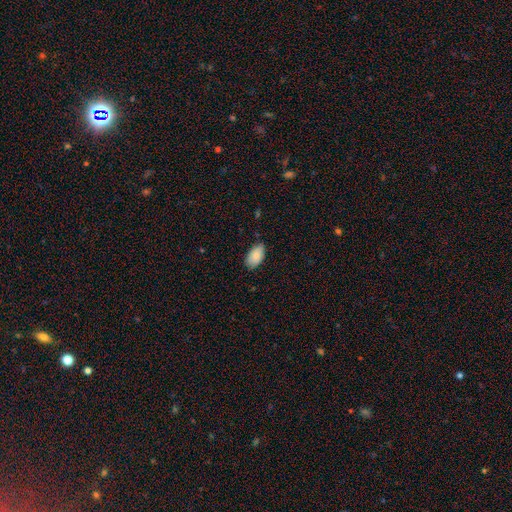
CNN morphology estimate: Smooth or featured? smooth (87%)
How rounded? in between (95%)
Merging? none (76%)